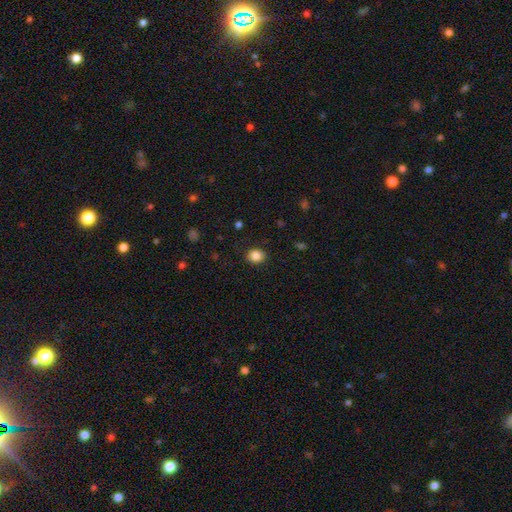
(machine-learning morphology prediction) The model was most divided on "how rounded": round: 68%, in between: 31%, cigar-shaped: 1%. More confident: merging — none (89%); smooth or featured — smooth (86%).